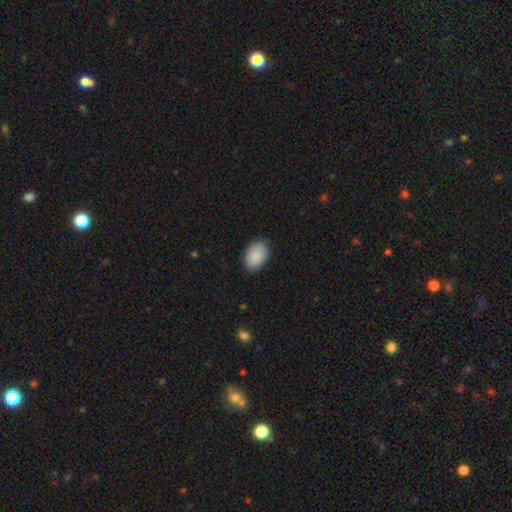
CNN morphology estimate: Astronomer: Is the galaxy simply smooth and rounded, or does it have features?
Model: smooth — 88%.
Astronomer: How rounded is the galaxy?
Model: in between — 87%.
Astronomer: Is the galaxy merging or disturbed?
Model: none — 81%.